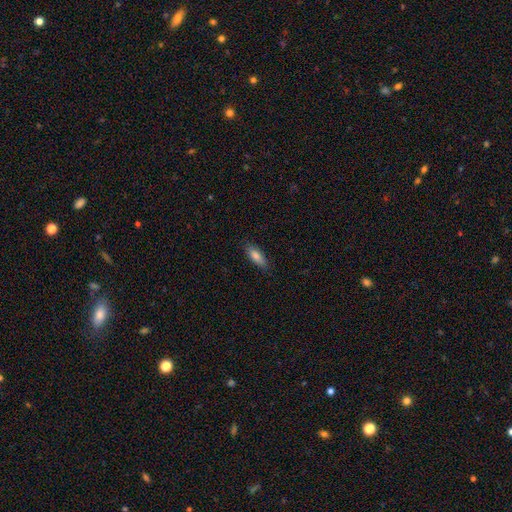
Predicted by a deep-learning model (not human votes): A smooth galaxy with no disk features (82%) that is in between round and cigar-shaped (65%). Merging: none (84%).